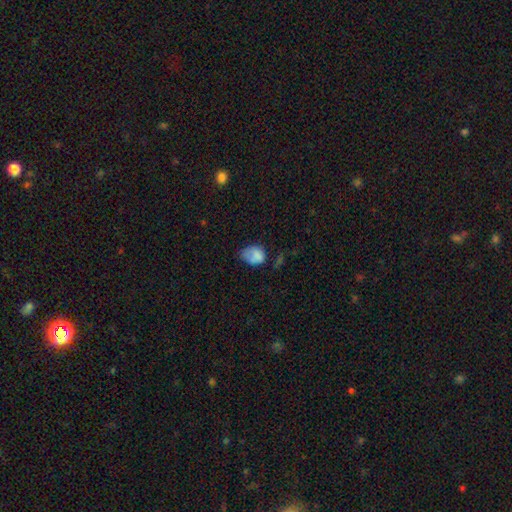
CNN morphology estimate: Overall: smooth (76%). How rounded: in between (75%). Merging: minor disturbance (37%; none 35%).